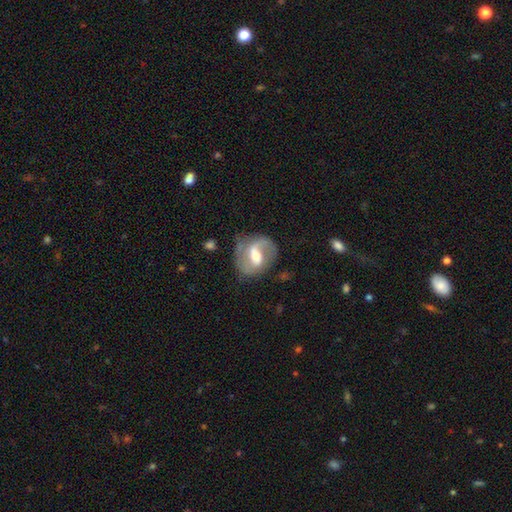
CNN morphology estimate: Smooth or featured? Predicted: featured or disk (p=0.77). Edge-on disk? Predicted: no (p=0.97). Bar? Predicted: weak (p=0.52). Spiral arms? Predicted: yes (p=0.89). Spiral winding? Predicted: medium (p=0.48). Spiral arm count? Predicted: 2 (p=0.76). Bulge size? Predicted: moderate (p=0.59). Merging? Predicted: none (p=0.65).